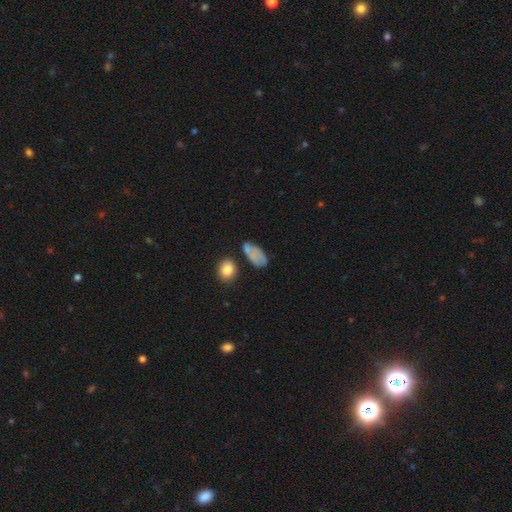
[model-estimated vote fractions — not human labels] Overall: smooth (70%). How rounded: in between (86%). Merging: none (46%; minor disturbance 28%).